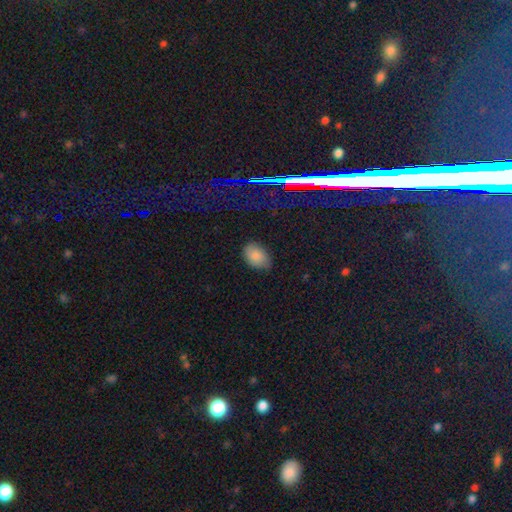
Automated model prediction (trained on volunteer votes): Q: Smooth or featured?
A: smooth (85%); runner-up: star or artifact (9%)
Q: How rounded?
A: in between (85%); runner-up: round (14%)
Q: Merging?
A: none (79%); runner-up: minor disturbance (17%)